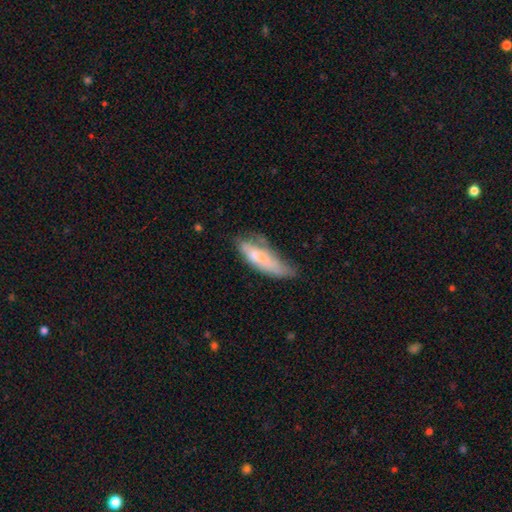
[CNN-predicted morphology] Q: Smooth or featured?
A: smooth (66%); runner-up: featured or disk (26%)
Q: How rounded?
A: in between (50%); runner-up: cigar-shaped (47%)
Q: Merging?
A: none (35%); tied with: minor disturbance (35%)